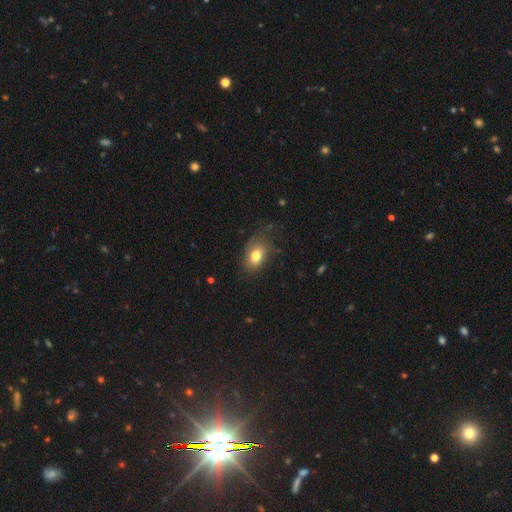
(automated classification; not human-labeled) Smooth or featured? smooth (76%)
How rounded? in between (81%)
Merging? none (60%)